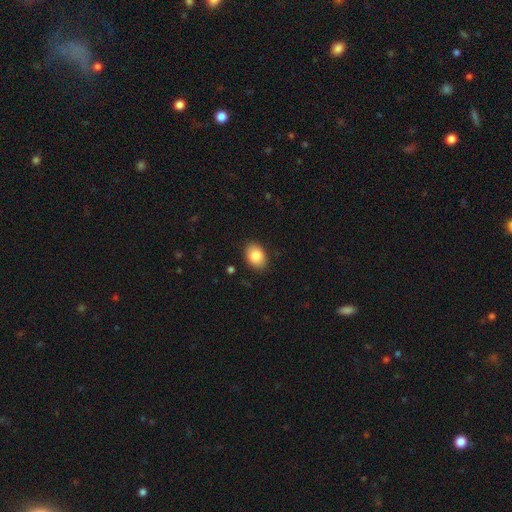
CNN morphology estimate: smooth 87%, star or artifact 7%, featured or disk 6%. Down the decision tree: how rounded — in between (77%); merging — none (87%).